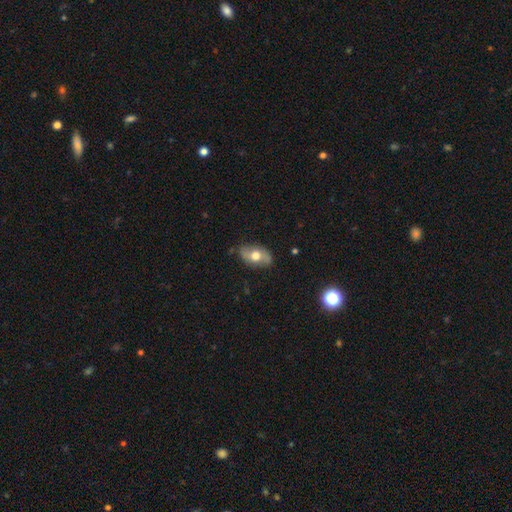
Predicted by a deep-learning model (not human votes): Smooth or featured? smooth (53%)
How rounded? in between (88%)
Merging? none (79%)